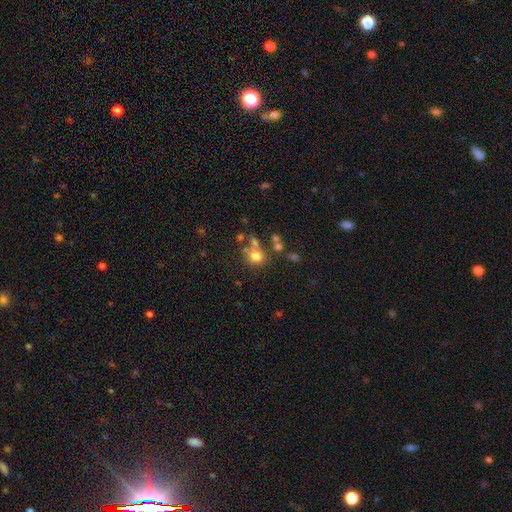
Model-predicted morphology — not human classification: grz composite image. It shows a smooth galaxy with no disk features (71%) that is round (81%). Merging: none (55%).